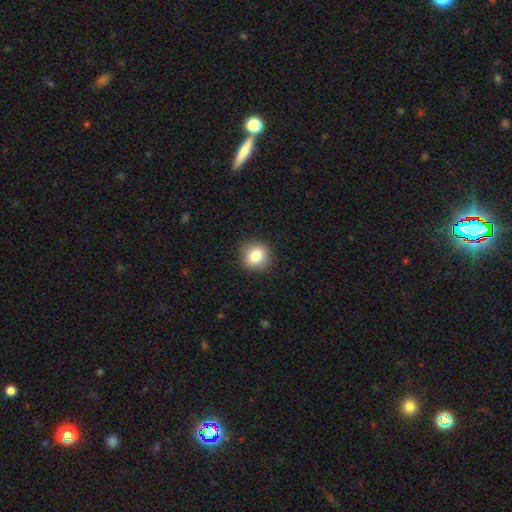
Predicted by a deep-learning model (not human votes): smooth_or_featured: smooth (p=0.84) [alt: star or artifact p=0.10]
how_rounded: round (p=0.83) [alt: in between p=0.16]
merging: none (p=0.89) [alt: minor disturbance p=0.08]